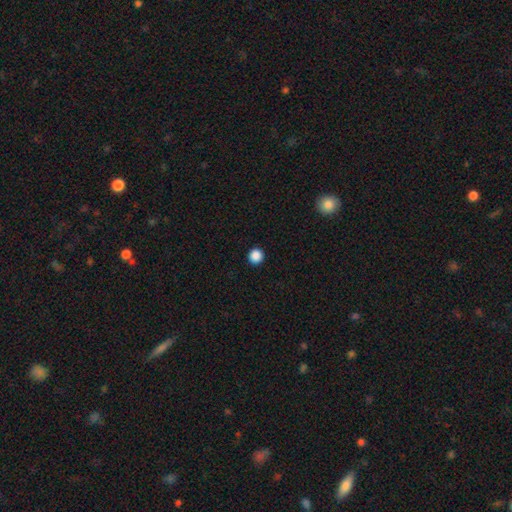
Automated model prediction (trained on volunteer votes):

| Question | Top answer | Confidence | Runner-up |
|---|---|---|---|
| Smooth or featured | smooth | 88% | star or artifact (10%) |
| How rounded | round | 96% | in between (3%) |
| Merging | none | 94% | minor disturbance (3%) |